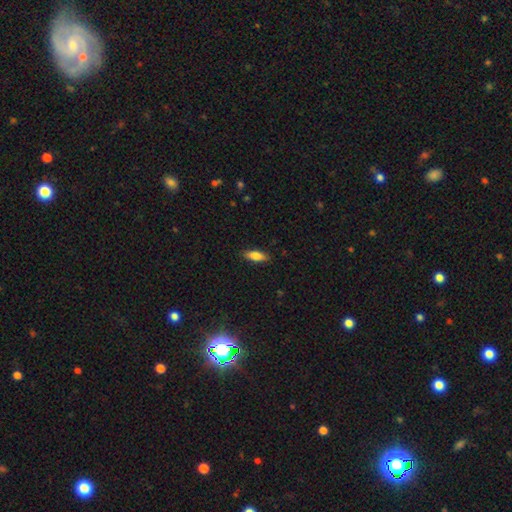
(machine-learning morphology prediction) This is clearly a smooth galaxy (80%). How rounded: likely in between (69%). Merging: clearly none (88%).